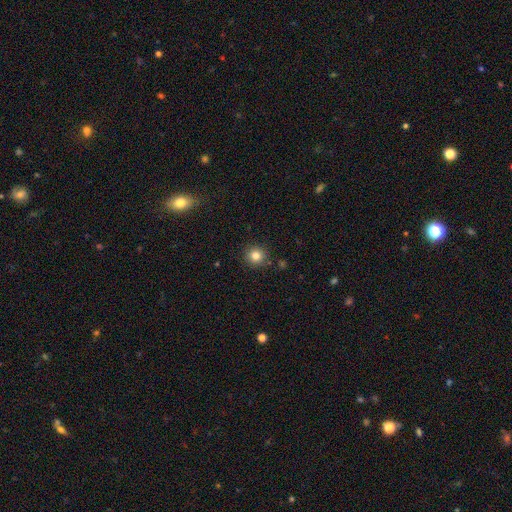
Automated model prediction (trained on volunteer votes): This is clearly a smooth galaxy (82%). How rounded: clearly round (93%). Merging: clearly none (89%).